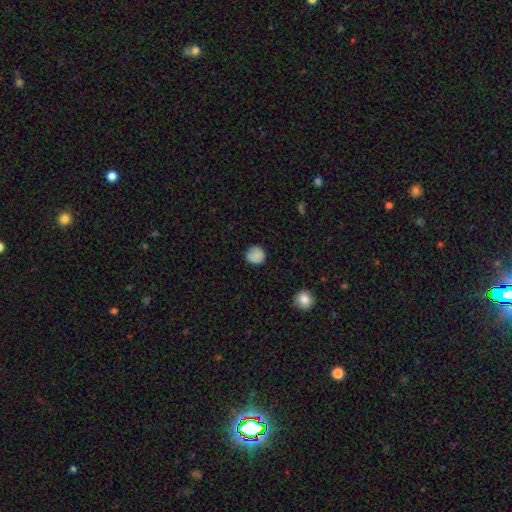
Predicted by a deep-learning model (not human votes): A smooth galaxy with no disk features (87%) that is round (93%). Merging: none (88%).